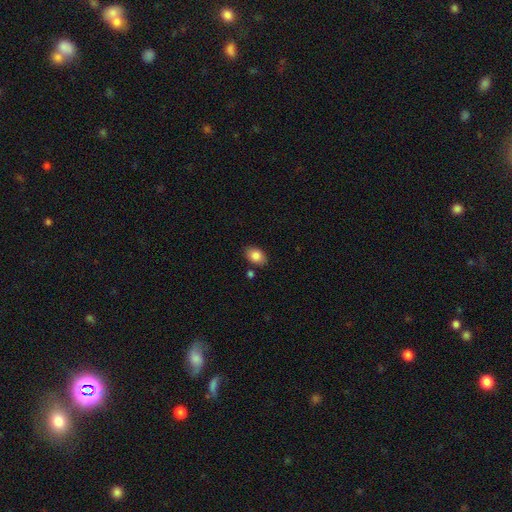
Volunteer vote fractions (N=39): Smooth or featured?
  - smooth: 85% *
  - featured or disk: 13%
  - star or artifact: 3%
How rounded?
  - in between: 79% *
  - round: 21%
  - cigar-shaped: 0%
Merging?
  - none: 71% *
  - minor disturbance: 18%
  - merger: 11%
  - major disturbance: 0%